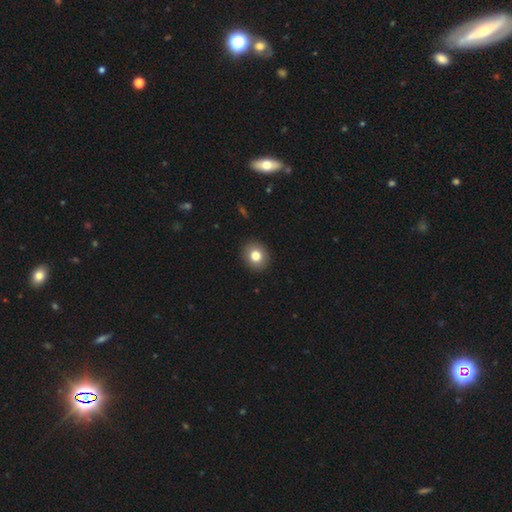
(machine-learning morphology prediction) smooth_or_featured: smooth (p=0.80) [alt: featured or disk p=0.10]
how_rounded: round (p=0.74) [alt: in between p=0.25]
merging: none (p=0.92) [alt: minor disturbance p=0.05]